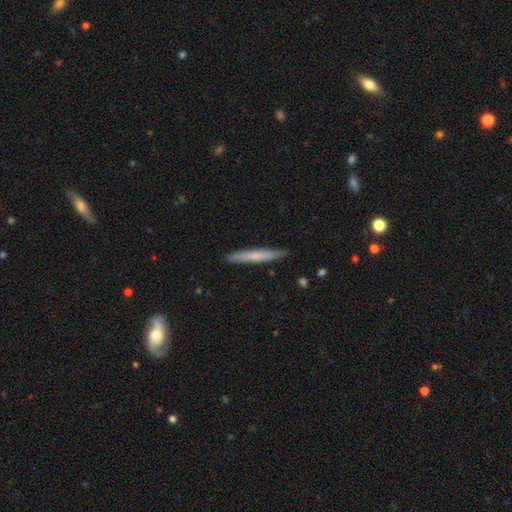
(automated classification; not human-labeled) Smooth or featured?
  - smooth: 63% *
  - featured or disk: 31%
  - star or artifact: 5%
How rounded?
  - cigar-shaped: 96% *
  - in between: 3%
  - round: 1%
Merging?
  - none: 89% *
  - minor disturbance: 8%
  - major disturbance: 1%
  - merger: 1%